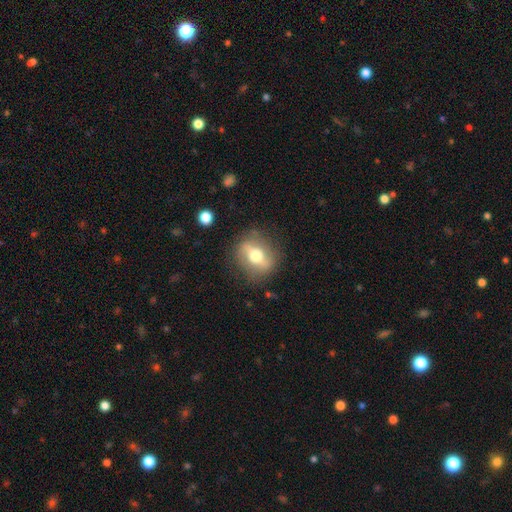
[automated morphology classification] The model was most divided on "smooth or featured": featured or disk: 53%, smooth: 39%, star or artifact: 8%. More confident: edge-on disk — no (80%); merging — none (78%).